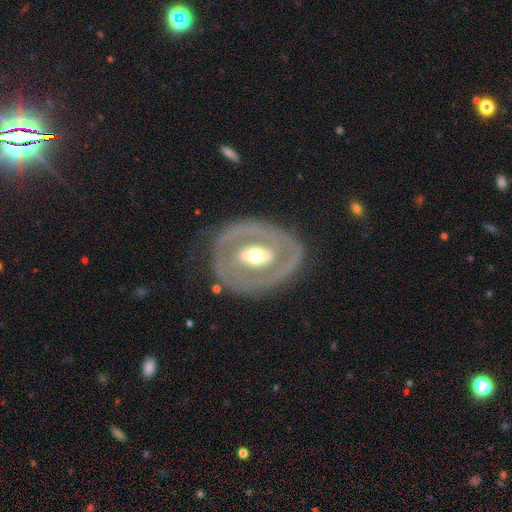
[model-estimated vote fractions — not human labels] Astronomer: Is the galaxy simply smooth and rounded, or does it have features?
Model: featured or disk — 76%.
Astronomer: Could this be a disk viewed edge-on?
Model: no — 93%.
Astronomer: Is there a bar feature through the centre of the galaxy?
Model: no — 37% (runner-up: weak, 35%).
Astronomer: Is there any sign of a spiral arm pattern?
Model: no — 58% (runner-up: yes, 42%).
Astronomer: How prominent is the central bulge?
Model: moderate — 69%.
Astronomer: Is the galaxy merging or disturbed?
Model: none — 76%.